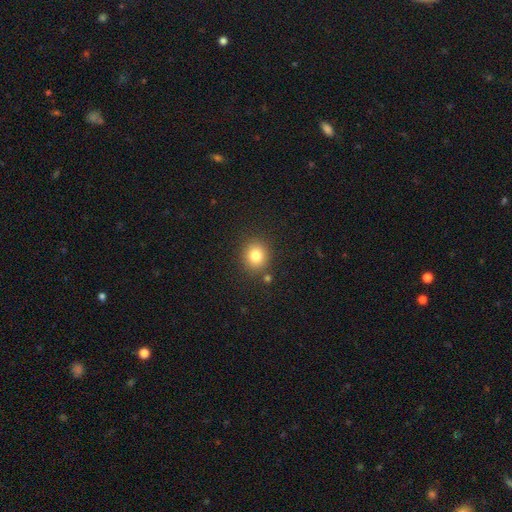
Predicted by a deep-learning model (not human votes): smooth-or-featured: smooth: 81% | star or artifact: 12% | featured or disk: 7%
  how-rounded: round: 82% | in between: 17% | cigar-shaped: 1%
  merging: none: 84% | minor disturbance: 8% | merger: 5% | major disturbance: 3%